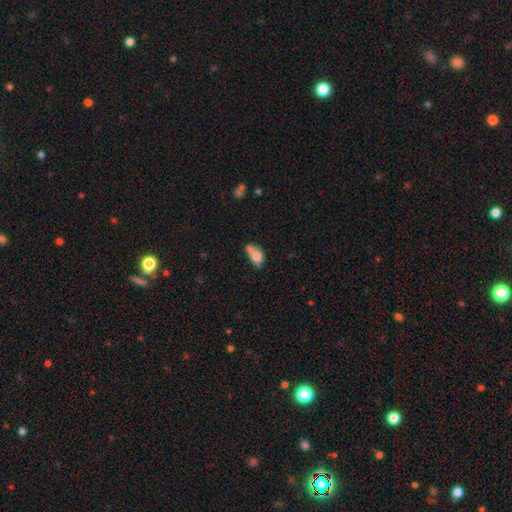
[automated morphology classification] Smooth or featured?
  - smooth: 72% *
  - featured or disk: 18%
  - star or artifact: 10%
How rounded?
  - in between: 83% *
  - round: 11%
  - cigar-shaped: 6%
Merging?
  - merger: 29% *
  - none: 28%
  - minor disturbance: 26%
  - major disturbance: 17%